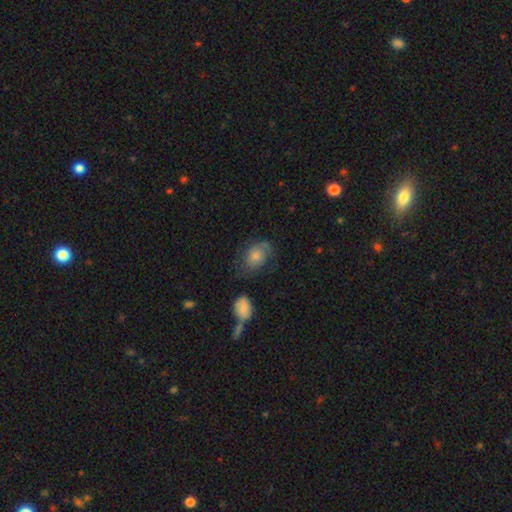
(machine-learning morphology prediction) A smooth galaxy with no disk features (52%) that is in between round and cigar-shaped (70%). Merging: none (52%).